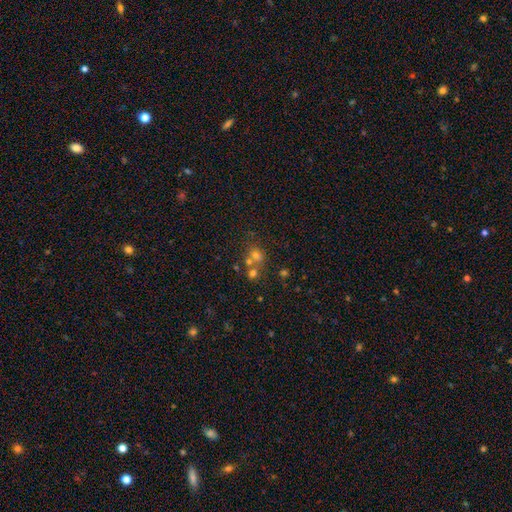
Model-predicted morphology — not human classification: Overall: smooth (54%; star or artifact 30%). How rounded: round (79%). Merging: none (47%; merger 41%).